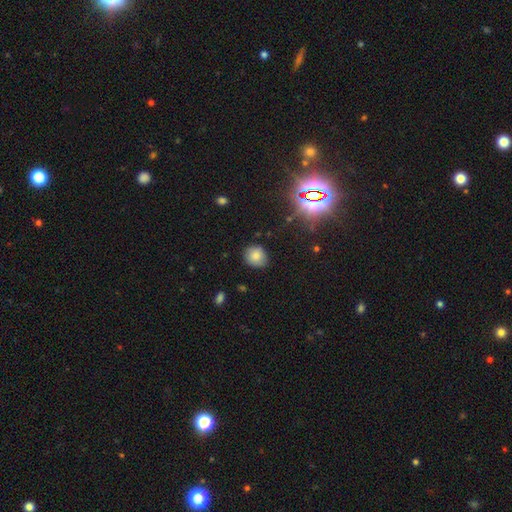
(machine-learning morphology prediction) Overall: smooth (77%). How rounded: round (73%). Merging: none (81%).